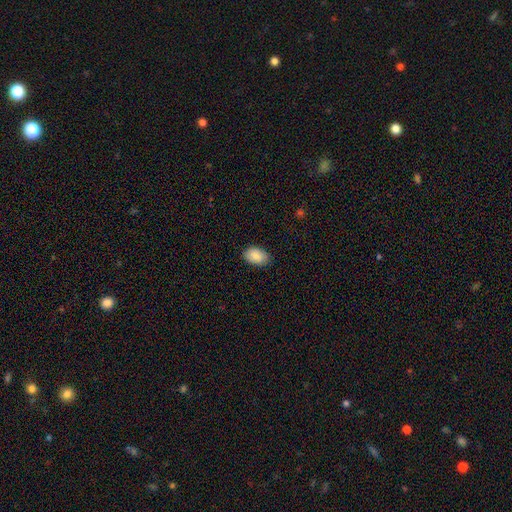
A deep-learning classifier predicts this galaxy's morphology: Q: Smooth or featured?
A: smooth (89%); runner-up: star or artifact (7%)
Q: How rounded?
A: in between (90%); runner-up: round (9%)
Q: Merging?
A: none (86%); runner-up: minor disturbance (11%)